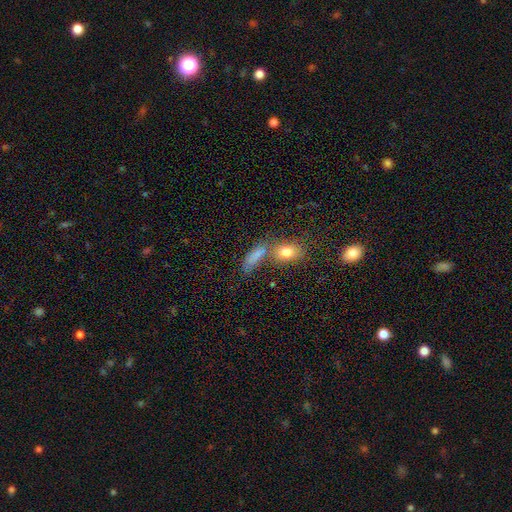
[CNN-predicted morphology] smooth_or_featured: smooth (p=0.75) [alt: star or artifact p=0.13]
how_rounded: in between (p=0.62) [alt: cigar-shaped p=0.29]
merging: none (p=0.42) [alt: merger p=0.35]